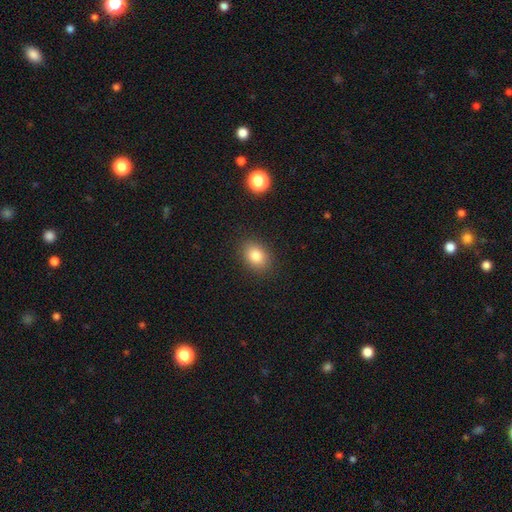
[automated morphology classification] Overall: smooth (83%). How rounded: in between (70%). Merging: none (87%).